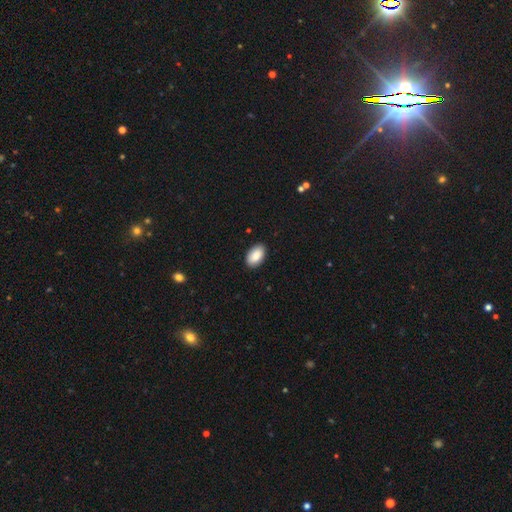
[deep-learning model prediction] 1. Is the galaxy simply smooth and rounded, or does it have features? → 89% smooth, 6% star or artifact, 5% featured or disk.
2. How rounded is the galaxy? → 94% in between, 4% round, 1% cigar-shaped.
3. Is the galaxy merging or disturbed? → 90% none, 8% minor disturbance, 2% major disturbance, 1% merger.